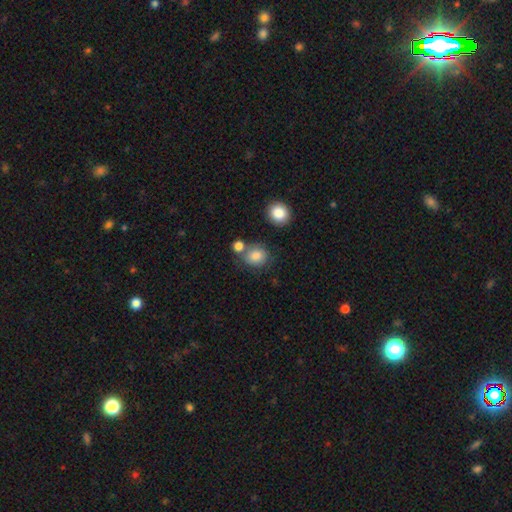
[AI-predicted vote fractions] smooth 82%, star or artifact 10%, featured or disk 8%. Down the decision tree: how rounded — round (73%); merging — none (62%).